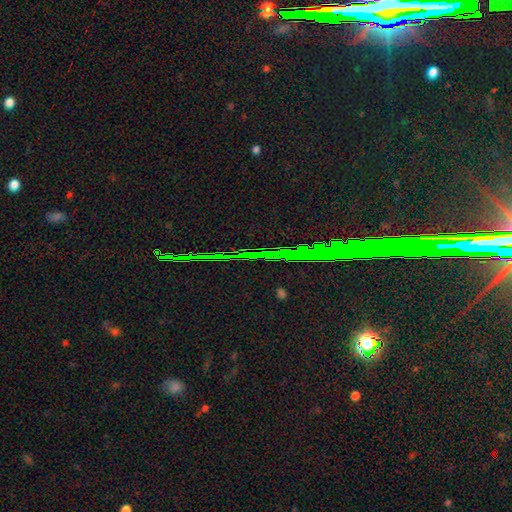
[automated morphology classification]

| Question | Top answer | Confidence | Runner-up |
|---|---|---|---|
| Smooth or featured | star or artifact | 86% | featured or disk (8%) |